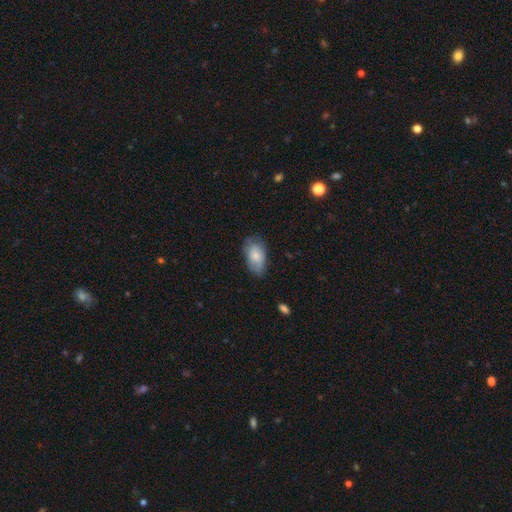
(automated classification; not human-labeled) The model was most divided on "merging": none: 64%, minor disturbance: 28%, major disturbance: 7%, merger: 1%. More confident: how rounded — in between (93%); smooth or featured — smooth (74%).